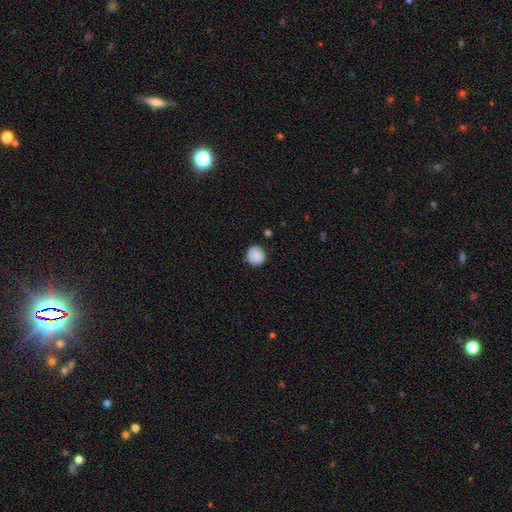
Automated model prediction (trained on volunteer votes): This is clearly a smooth galaxy (84%). How rounded: clearly round (88%). Merging: likely none (80%).